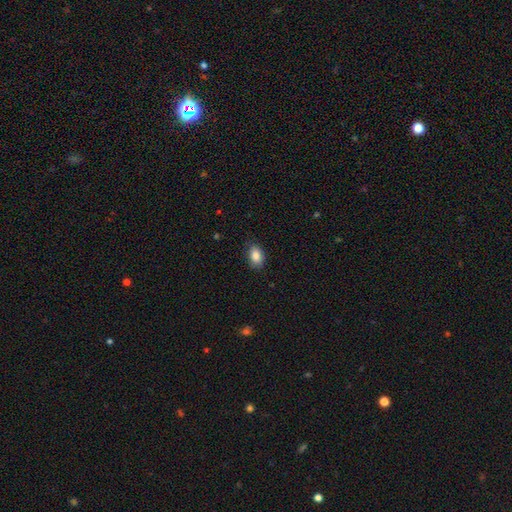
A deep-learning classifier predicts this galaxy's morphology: smooth 86%, star or artifact 8%, featured or disk 6%. Down the decision tree: how rounded — in between (84%); merging — none (83%).